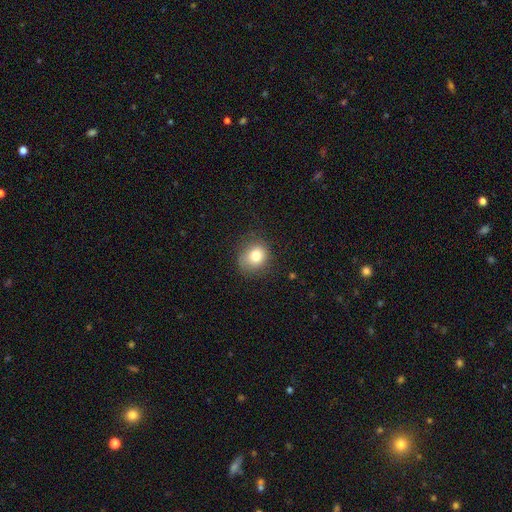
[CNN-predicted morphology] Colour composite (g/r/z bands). It shows a smooth galaxy with no disk features (80%) that is round (67%). Merging: none (72%).